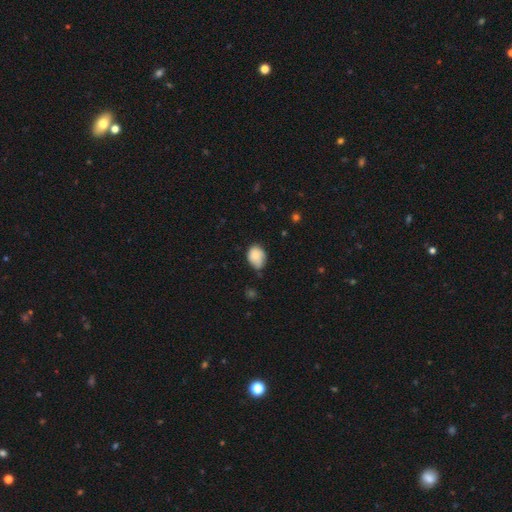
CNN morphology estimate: type=smooth (82%); roundness=in between (64%); merging=none (46%).